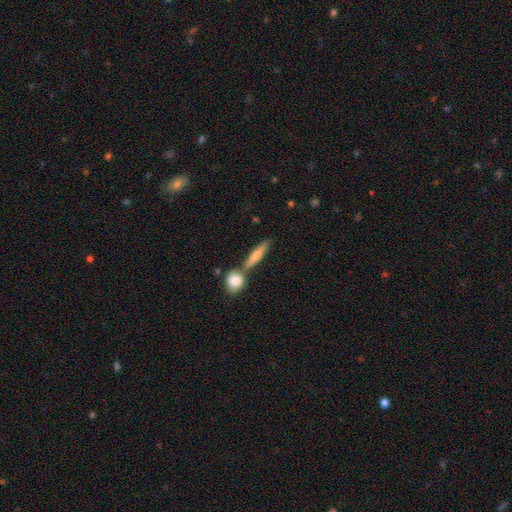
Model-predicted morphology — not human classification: This is likely a smooth galaxy (69%). How rounded: likely cigar-shaped (72%). Merging: likely none (62%).